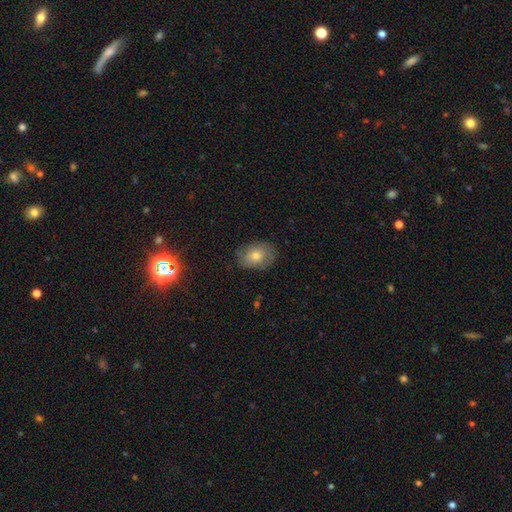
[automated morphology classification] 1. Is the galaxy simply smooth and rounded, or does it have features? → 60% smooth, 25% featured or disk, 14% star or artifact.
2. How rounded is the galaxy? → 67% in between, 32% round, 1% cigar-shaped.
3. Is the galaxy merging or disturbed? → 78% none, 17% minor disturbance, 4% major disturbance, 1% merger.